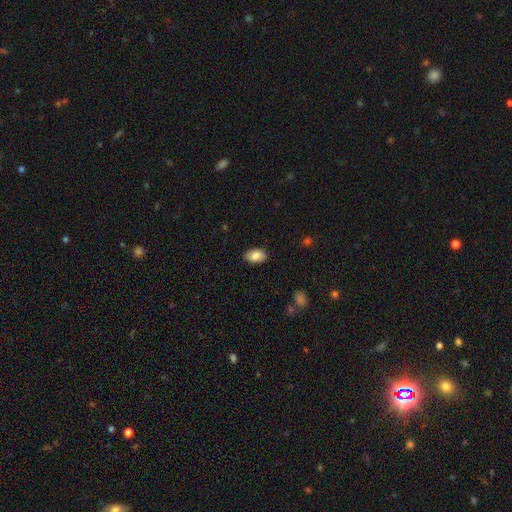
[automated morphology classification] Smooth or featured?
  - smooth: 86% *
  - featured or disk: 7%
  - star or artifact: 7%
How rounded?
  - in between: 92% *
  - round: 7%
  - cigar-shaped: 2%
Merging?
  - none: 84% *
  - minor disturbance: 12%
  - major disturbance: 2%
  - merger: 1%